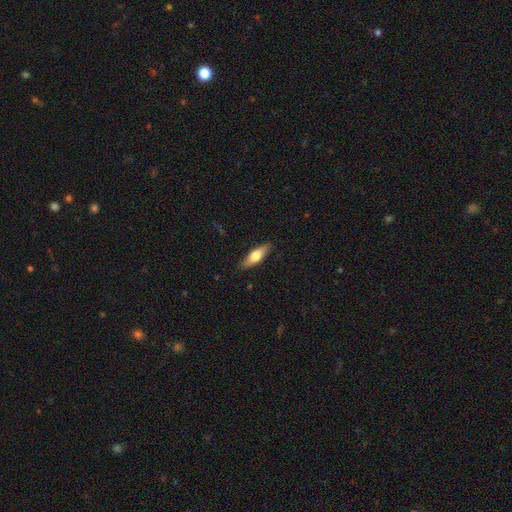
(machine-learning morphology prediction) Smooth or featured?
  - smooth: 57% *
  - featured or disk: 37%
  - star or artifact: 6%
How rounded?
  - in between: 50% *
  - cigar-shaped: 47%
  - round: 3%
Merging?
  - none: 87% *
  - minor disturbance: 10%
  - major disturbance: 2%
  - merger: 1%